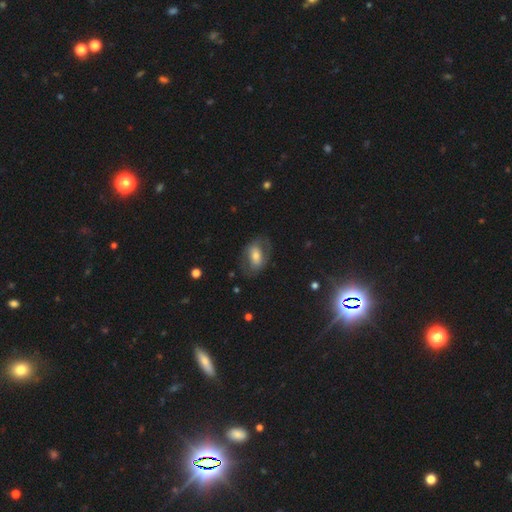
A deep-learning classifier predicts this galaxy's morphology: Smooth or featured? Predicted: smooth (p=0.51). How rounded? Predicted: in between (p=0.83). Merging? Predicted: none (p=0.67).